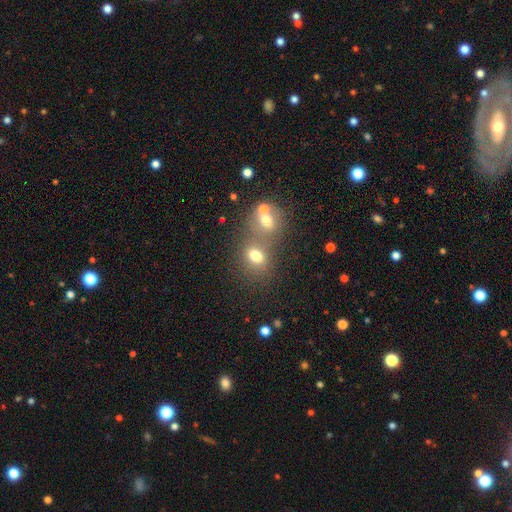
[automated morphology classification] Smooth or featured? Predicted: smooth (p=0.72). How rounded? Predicted: in between (p=0.50). Merging? Predicted: merger (p=0.43).